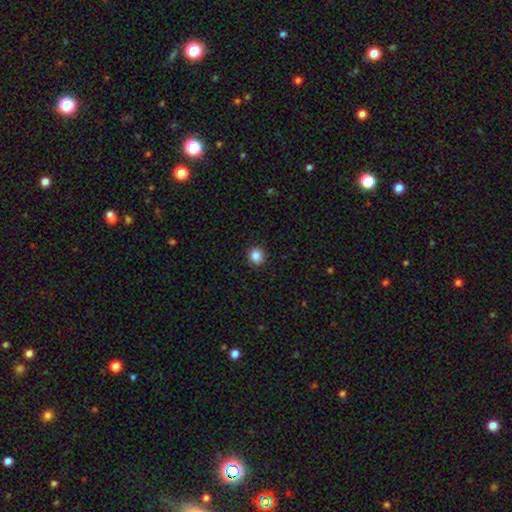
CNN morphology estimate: smooth_or_featured: smooth (p=0.86) [alt: star or artifact p=0.11]
how_rounded: round (p=0.91) [alt: in between p=0.08]
merging: none (p=0.92) [alt: minor disturbance p=0.05]